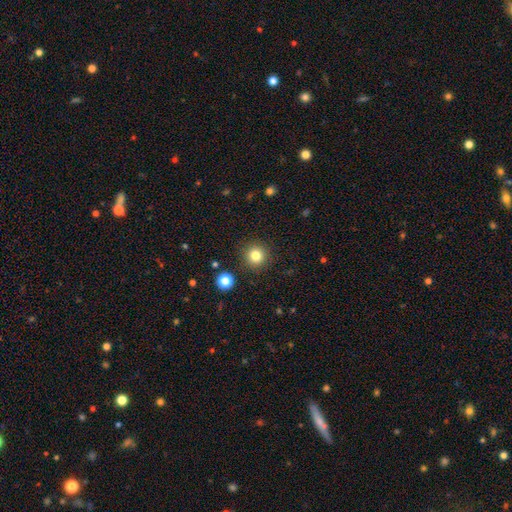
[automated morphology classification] Q: Smooth or featured?
A: smooth (82%); runner-up: star or artifact (12%)
Q: How rounded?
A: round (94%); runner-up: in between (5%)
Q: Merging?
A: none (90%); runner-up: minor disturbance (6%)